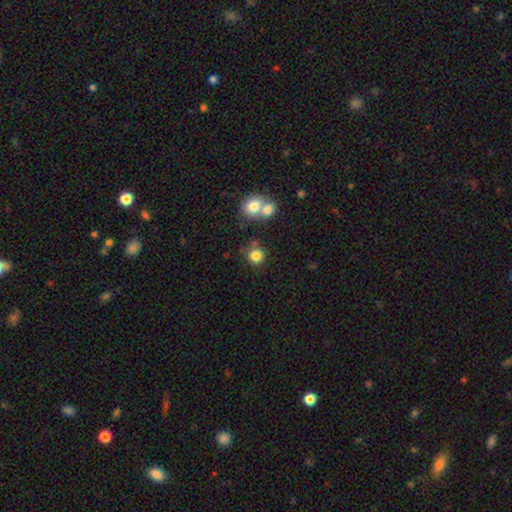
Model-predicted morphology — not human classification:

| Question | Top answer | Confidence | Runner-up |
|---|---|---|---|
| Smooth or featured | smooth | 82% | star or artifact (11%) |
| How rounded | round | 89% | in between (10%) |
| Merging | none | 67% | merger (18%) |